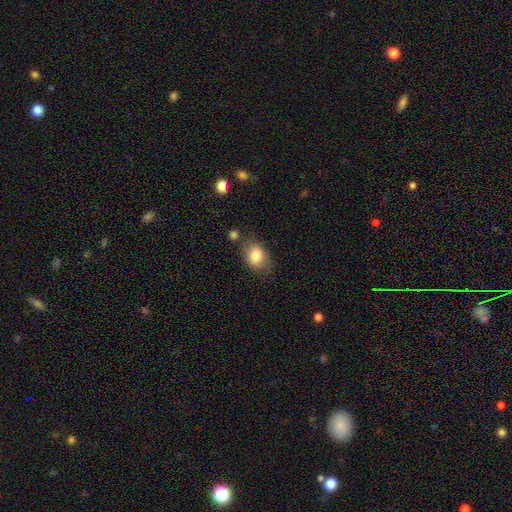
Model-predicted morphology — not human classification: A smooth galaxy with no disk features (83%) that is in between round and cigar-shaped (71%). Merging: none (65%).